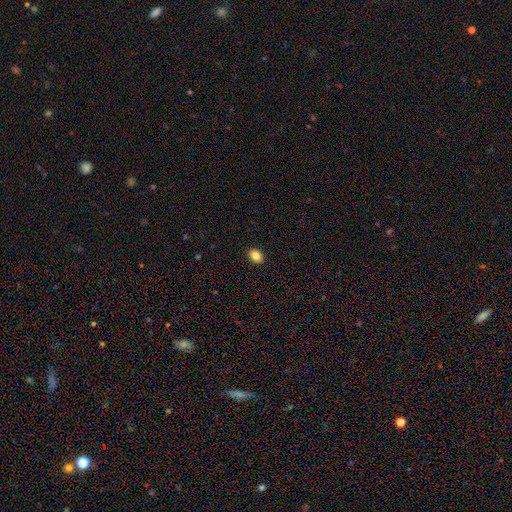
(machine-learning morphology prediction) Smooth or featured?
  - smooth: 86% *
  - star or artifact: 9%
  - featured or disk: 5%
How rounded?
  - in between: 75% *
  - round: 24%
  - cigar-shaped: 1%
Merging?
  - none: 91% *
  - minor disturbance: 6%
  - major disturbance: 2%
  - merger: 1%